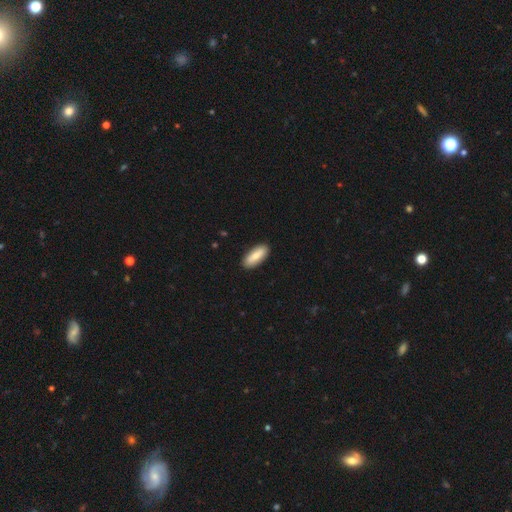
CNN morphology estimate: smooth 82%, featured or disk 13%, star or artifact 5%. Down the decision tree: how rounded — in between (77%); merging — none (90%).